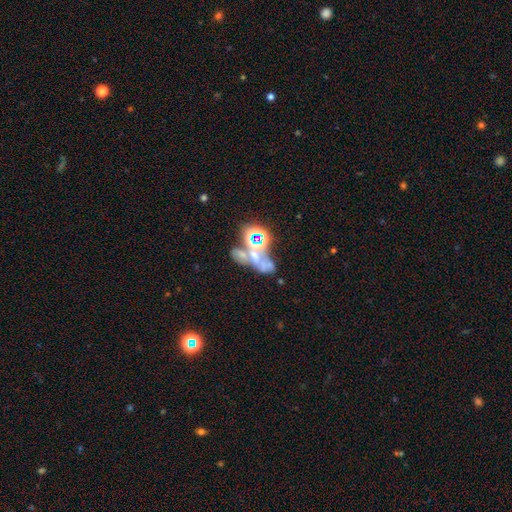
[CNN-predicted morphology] This appears to be a star or artifact, not a galaxy (37%).